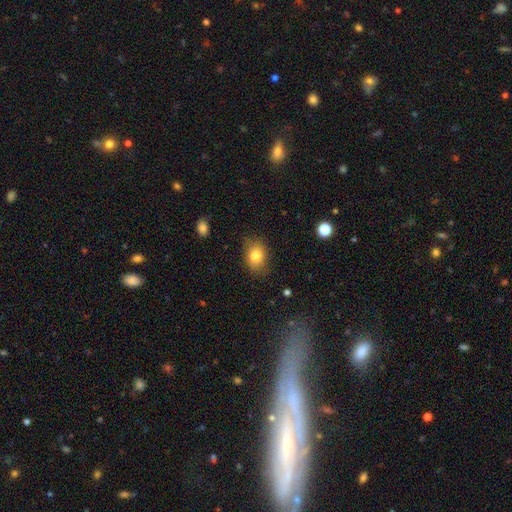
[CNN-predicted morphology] Smooth or featured: smooth — 82% (featured or disk — 9%)
How rounded: in between — 71% (round — 28%)
Merging: none — 77% (minor disturbance — 17%)